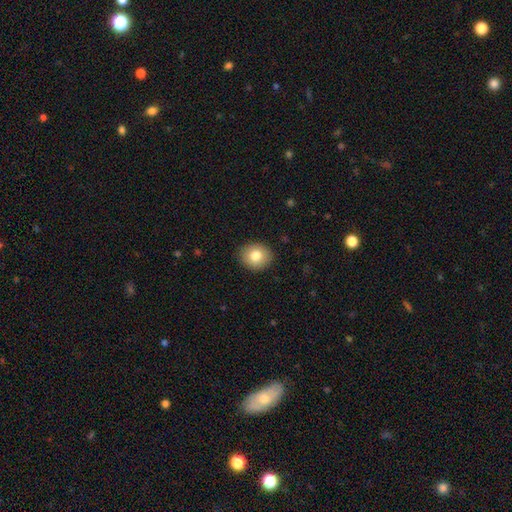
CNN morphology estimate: This appears to be a smooth galaxy with no disk features (81%) that is round (67%). Merging: none (89%).